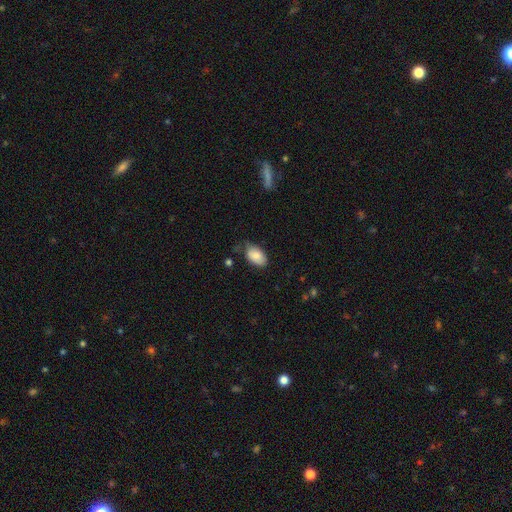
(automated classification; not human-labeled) Smooth or featured? Predicted: smooth (p=0.83). How rounded? Predicted: in between (p=0.93). Merging? Predicted: none (p=0.63).